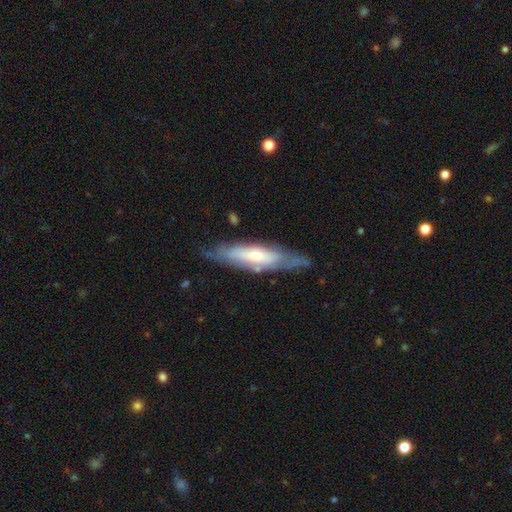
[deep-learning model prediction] smooth_or_featured: featured or disk (p=0.59) [alt: smooth p=0.36]
disk_edge_on: no (p=0.53) [alt: yes p=0.47]
merging: none (p=0.66) [alt: minor disturbance p=0.23]